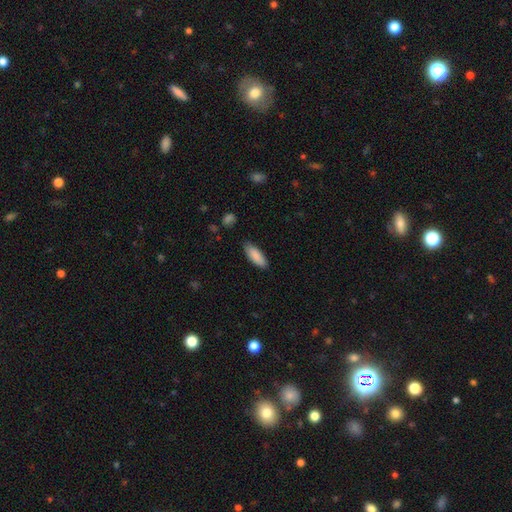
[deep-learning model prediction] smooth_or_featured: smooth (p=0.88) [alt: star or artifact p=0.06]
how_rounded: in between (p=0.68) [alt: cigar-shaped p=0.30]
merging: none (p=0.82) [alt: minor disturbance p=0.14]